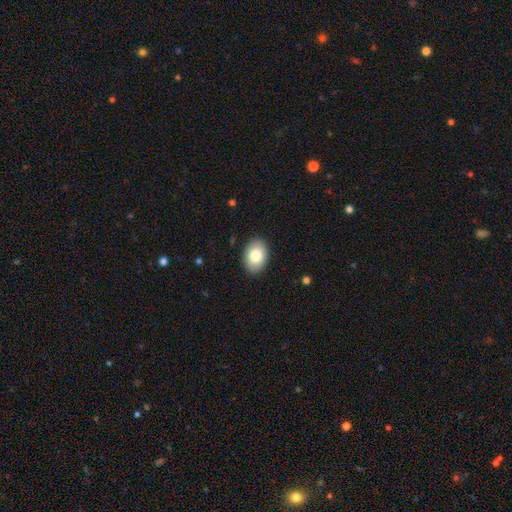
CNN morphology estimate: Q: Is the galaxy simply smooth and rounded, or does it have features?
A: smooth — 83%.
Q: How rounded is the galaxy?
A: in between — 82%.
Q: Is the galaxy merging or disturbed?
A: none — 89%.